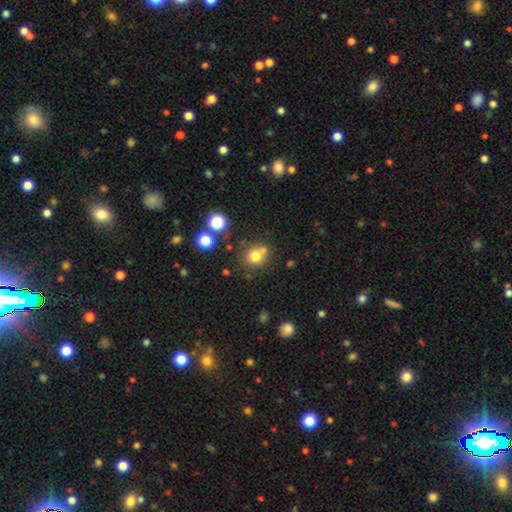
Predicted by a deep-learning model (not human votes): This is likely a smooth galaxy (76%). How rounded: clearly round (88%). Merging: likely none (66%).